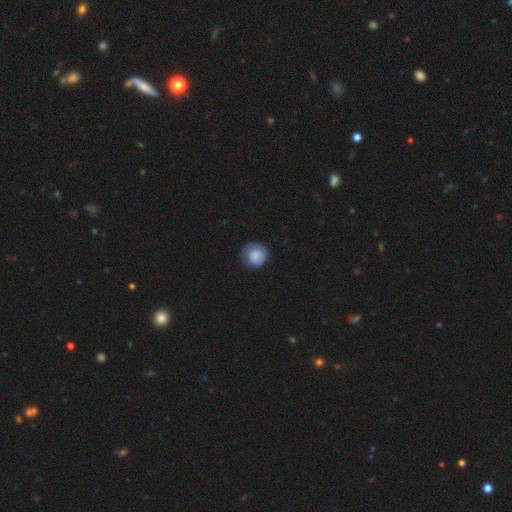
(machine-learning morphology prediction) Smooth or featured: smooth — 75% (featured or disk — 18%)
How rounded: round — 89% (in between — 10%)
Merging: none — 69% (minor disturbance — 21%)